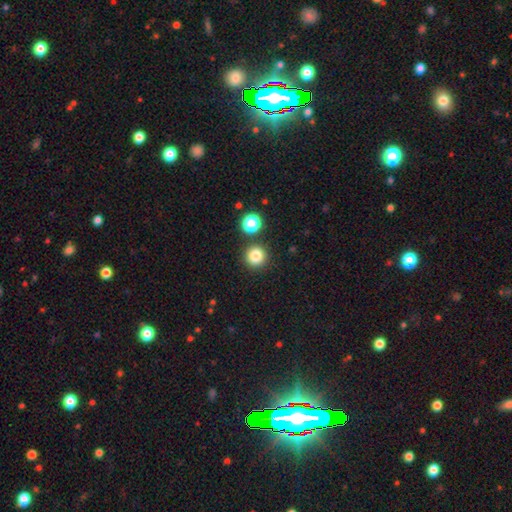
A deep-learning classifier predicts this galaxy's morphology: The model was most divided on "smooth or featured": smooth: 82%, star or artifact: 13%, featured or disk: 5%. More confident: how rounded — round (95%); merging — none (86%).